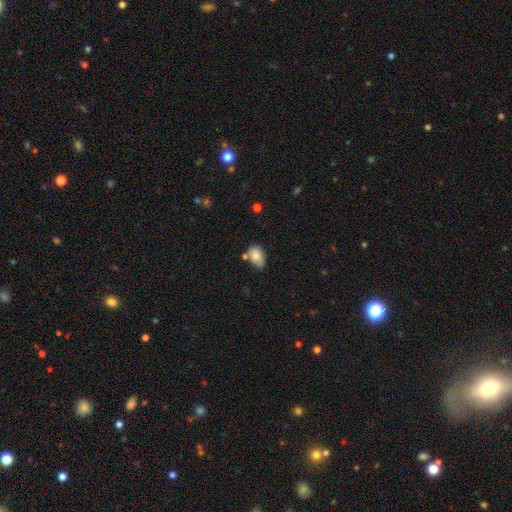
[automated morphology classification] Smooth or featured? Predicted: smooth (p=0.78). How rounded? Predicted: in between (p=0.84). Merging? Predicted: none (p=0.50).